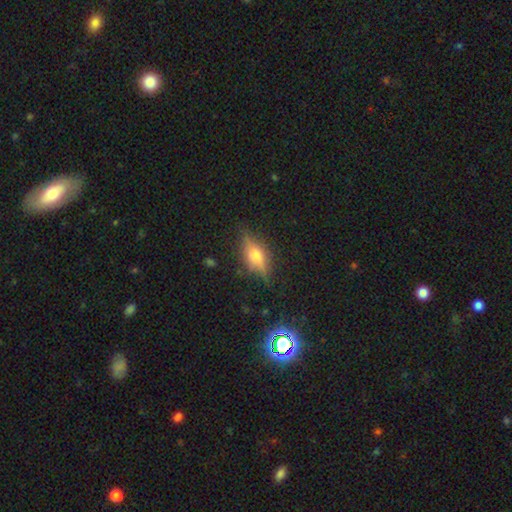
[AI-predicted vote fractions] Morphology: type=featured or disk (54%); edge-on=yes (90%); merging=none (79%).